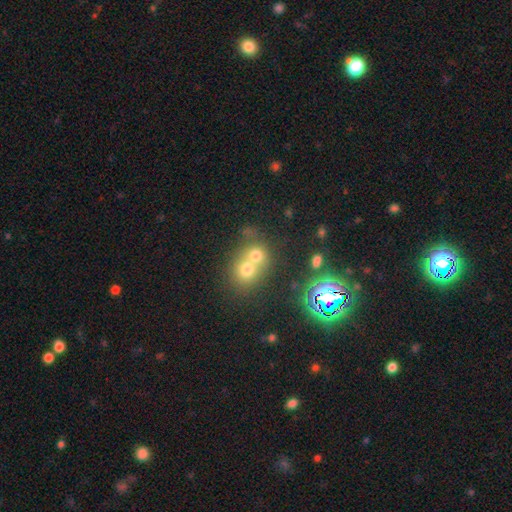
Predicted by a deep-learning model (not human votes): Q: Smooth or featured?
A: smooth (67%); runner-up: star or artifact (17%)
Q: How rounded?
A: round (74%); runner-up: in between (25%)
Q: Merging?
A: merger (62%); runner-up: none (29%)